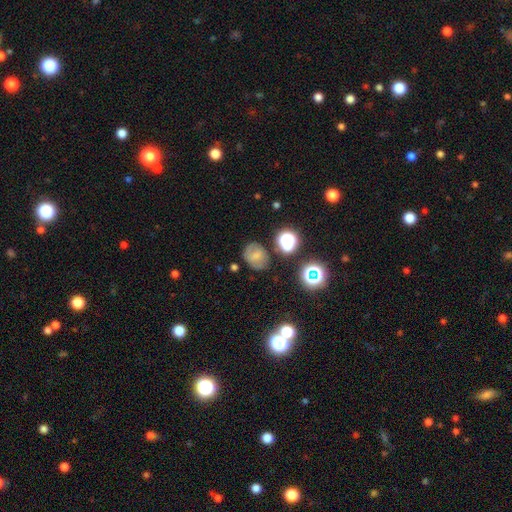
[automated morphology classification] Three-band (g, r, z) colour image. It shows a smooth galaxy with no disk features (58%) that is in between round and cigar-shaped (52%). Merging: none (69%).